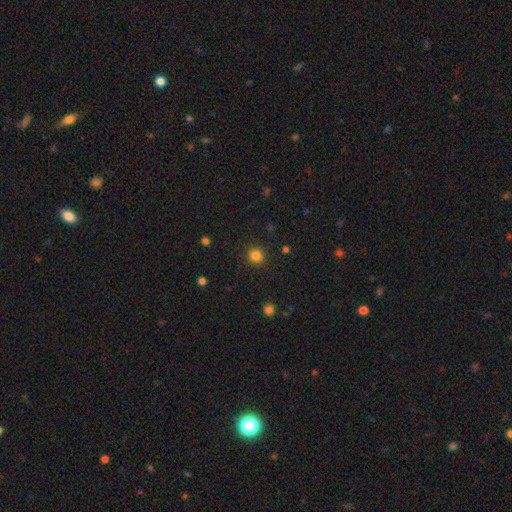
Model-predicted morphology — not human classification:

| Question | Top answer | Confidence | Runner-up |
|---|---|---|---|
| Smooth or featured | smooth | 83% | star or artifact (13%) |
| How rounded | round | 95% | in between (4%) |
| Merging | none | 92% | minor disturbance (5%) |